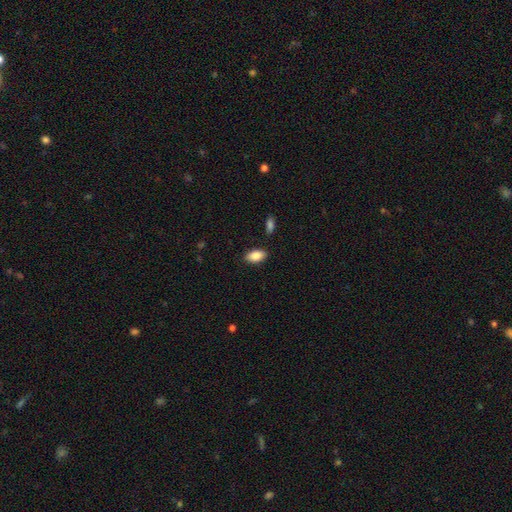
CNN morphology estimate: Q: Smooth or featured?
A: smooth (87%); runner-up: star or artifact (7%)
Q: How rounded?
A: in between (93%); runner-up: round (4%)
Q: Merging?
A: none (86%); runner-up: minor disturbance (10%)